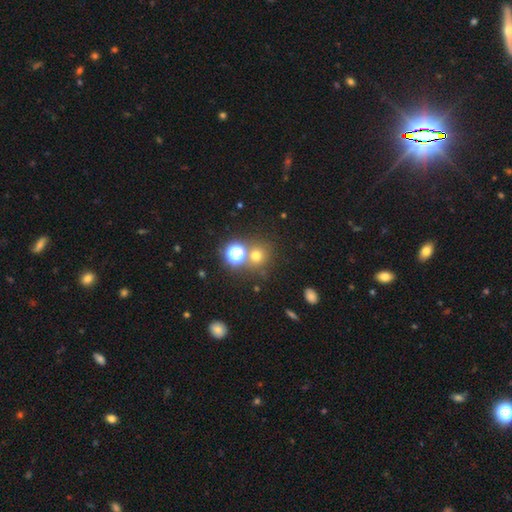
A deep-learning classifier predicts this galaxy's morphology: type=smooth (65%); roundness=round (88%); merging=none (72%).